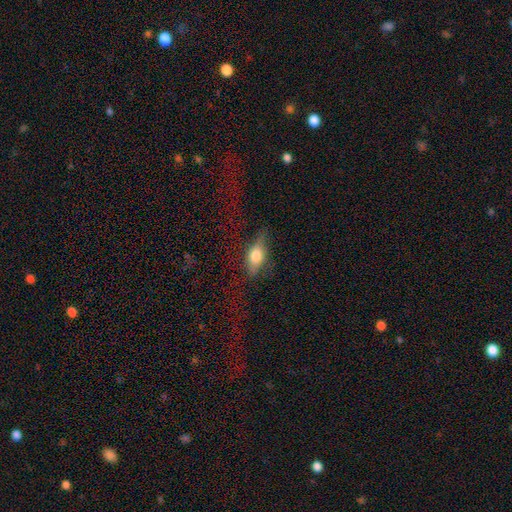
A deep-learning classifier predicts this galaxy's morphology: Smooth or featured?
  - smooth: 66% *
  - featured or disk: 25%
  - star or artifact: 8%
How rounded?
  - in between: 73% *
  - cigar-shaped: 21%
  - round: 6%
Merging?
  - none: 67% *
  - minor disturbance: 21%
  - major disturbance: 11%
  - merger: 2%